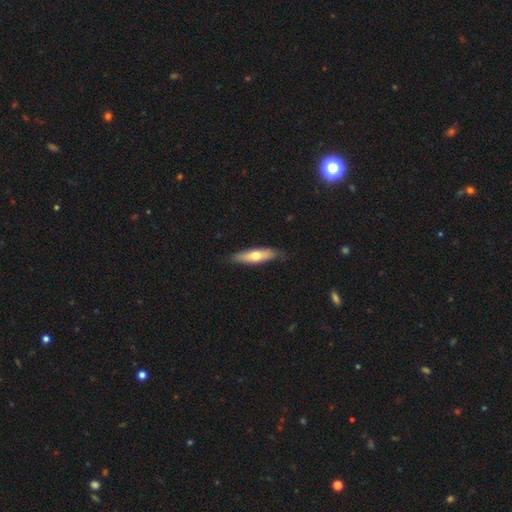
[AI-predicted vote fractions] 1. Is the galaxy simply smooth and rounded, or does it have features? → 58% smooth, 36% featured or disk, 5% star or artifact.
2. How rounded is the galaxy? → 64% cigar-shaped, 34% in between, 2% round.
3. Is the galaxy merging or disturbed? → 80% none, 16% minor disturbance, 3% major disturbance, 1% merger.